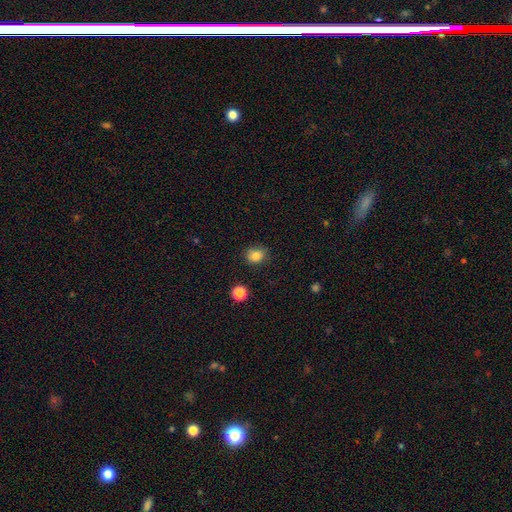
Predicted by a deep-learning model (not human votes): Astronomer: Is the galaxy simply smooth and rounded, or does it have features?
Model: smooth — 83%.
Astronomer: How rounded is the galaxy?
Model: round — 68%.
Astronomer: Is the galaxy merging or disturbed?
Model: none — 78%.